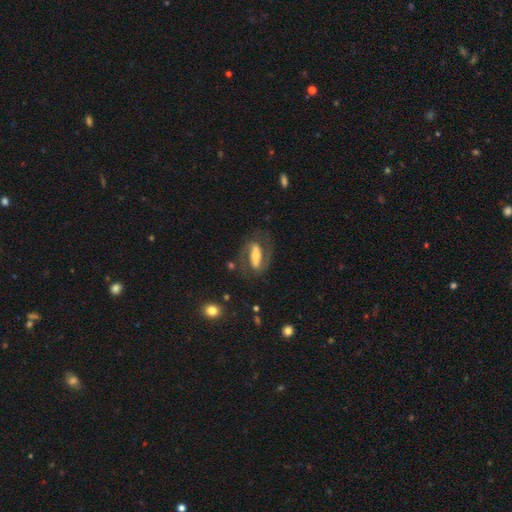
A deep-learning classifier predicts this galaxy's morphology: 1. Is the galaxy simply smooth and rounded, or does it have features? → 72% featured or disk, 22% smooth, 6% star or artifact.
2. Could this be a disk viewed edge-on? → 85% no, 15% yes.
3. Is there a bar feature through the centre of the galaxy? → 64% strong, 20% weak, 16% no.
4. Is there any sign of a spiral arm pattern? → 82% yes, 18% no.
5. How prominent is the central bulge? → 50% moderate, 31% small, 14% large, 3% none, 2% dominant.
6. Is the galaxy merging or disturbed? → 69% none, 15% minor disturbance, 13% major disturbance, 3% merger.